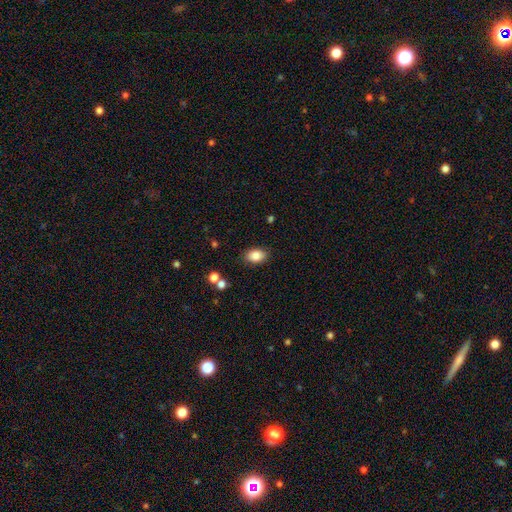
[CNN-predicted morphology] Overall: smooth (85%). How rounded: in between (85%). Merging: none (85%).